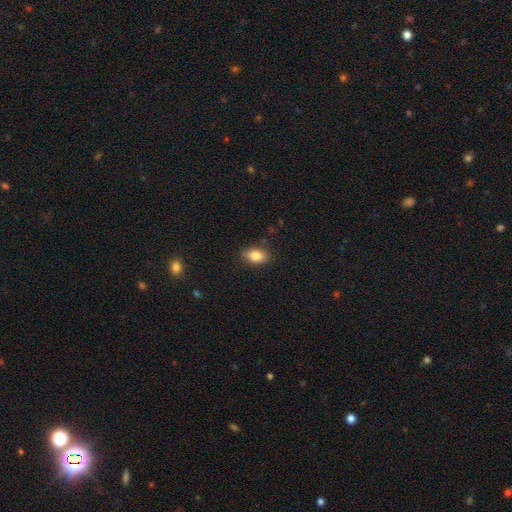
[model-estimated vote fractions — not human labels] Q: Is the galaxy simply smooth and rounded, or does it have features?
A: smooth — 83%.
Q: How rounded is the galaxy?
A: in between — 87%.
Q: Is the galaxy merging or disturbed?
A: none — 85%.